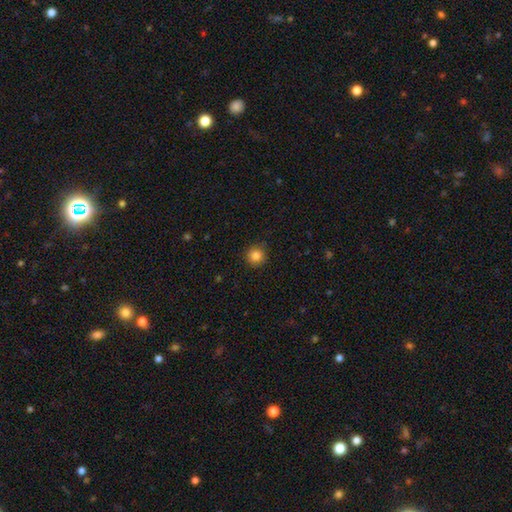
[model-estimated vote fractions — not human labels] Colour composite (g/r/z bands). It shows a smooth galaxy with no disk features (84%) that is round (95%). Merging: none (90%).